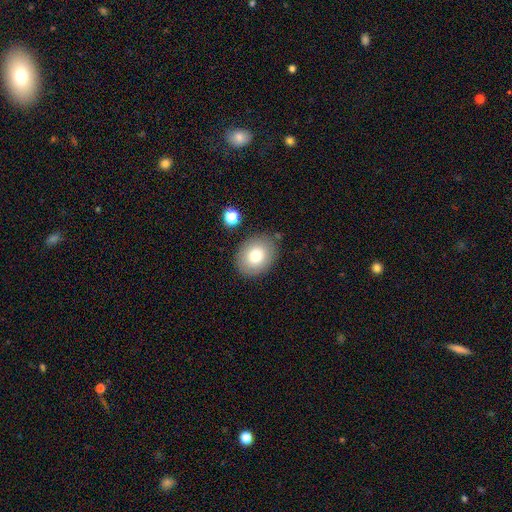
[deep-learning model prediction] A smooth galaxy with no disk features (78%) that is in between round and cigar-shaped (54%). Merging: none (83%).